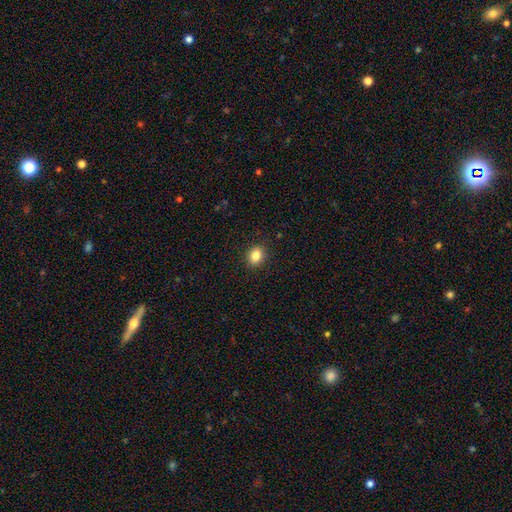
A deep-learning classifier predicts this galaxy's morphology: Overall: smooth (84%). How rounded: round (50%; in between 49%). Merging: none (90%).